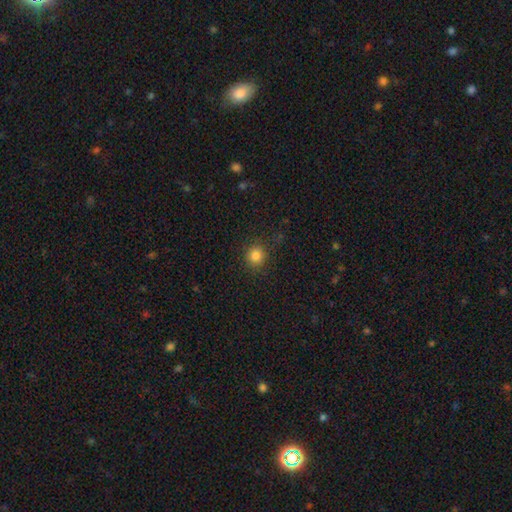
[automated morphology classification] A smooth galaxy with no disk features (83%) that is round (88%).

Vote fractions:
- Smooth or featured? smooth: 83% / star or artifact: 12% / featured or disk: 5%
- How rounded? round: 88% / in between: 11% / cigar-shaped: 1%
- Merging? none: 86% / minor disturbance: 9% / major disturbance: 3% / merger: 1%